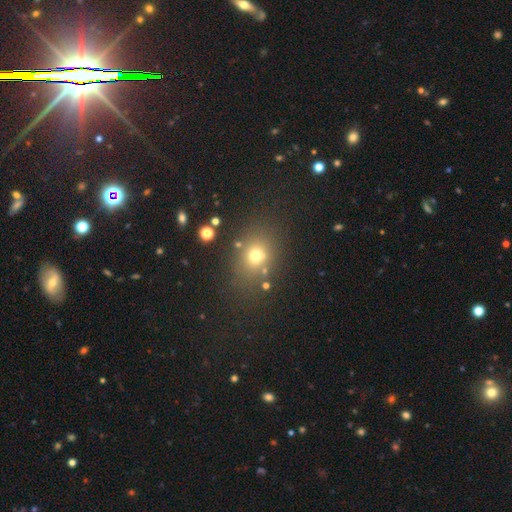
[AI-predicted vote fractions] smooth-or-featured: smooth: 68% | star or artifact: 21% | featured or disk: 12%
  how-rounded: round: 57% | in between: 42% | cigar-shaped: 1%
  merging: none: 76% | minor disturbance: 12% | merger: 6% | major disturbance: 6%